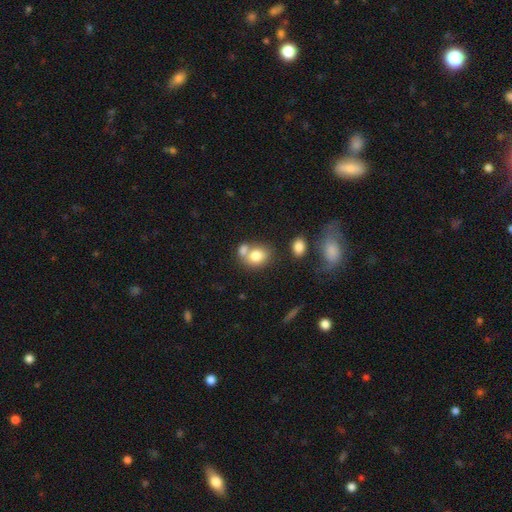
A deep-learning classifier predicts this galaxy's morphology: Smooth or featured?
  - smooth: 78% *
  - featured or disk: 12%
  - star or artifact: 9%
How rounded?
  - round: 50% *
  - in between: 49%
  - cigar-shaped: 1%
Merging?
  - merger: 43% *
  - none: 41%
  - minor disturbance: 11%
  - major disturbance: 5%